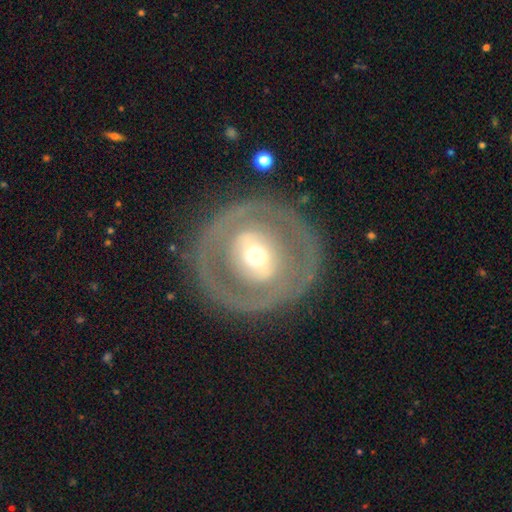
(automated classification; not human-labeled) The model was most divided on "bar": no: 54%, weak: 26%, strong: 21%. More confident: edge-on disk — no (94%); merging — none (79%); spiral arms — no (76%); smooth or featured — featured or disk (65%); bulge size — moderate (60%).